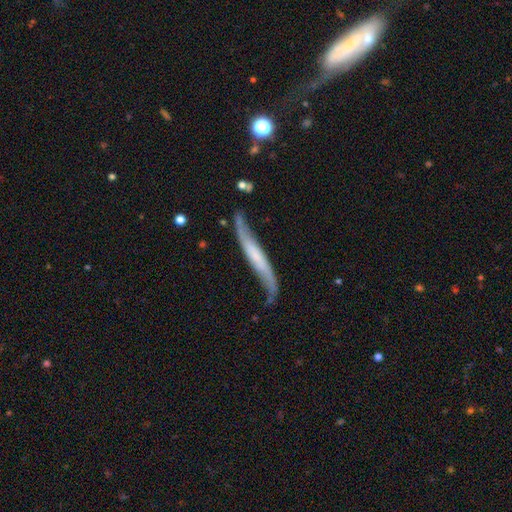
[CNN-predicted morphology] Smooth or featured?
  - featured or disk: 70% *
  - smooth: 25%
  - star or artifact: 6%
Edge-on disk?
  - yes: 54% *
  - no: 46%
Merging?
  - none: 59% *
  - minor disturbance: 27%
  - major disturbance: 10%
  - merger: 4%